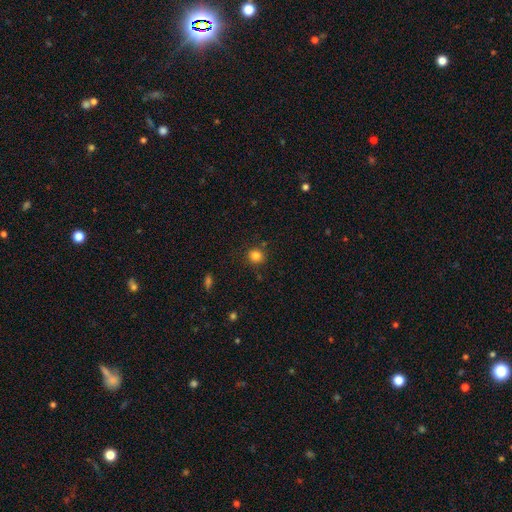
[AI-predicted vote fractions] A smooth galaxy with no disk features (82%) that is round (90%). Merging: none (85%).